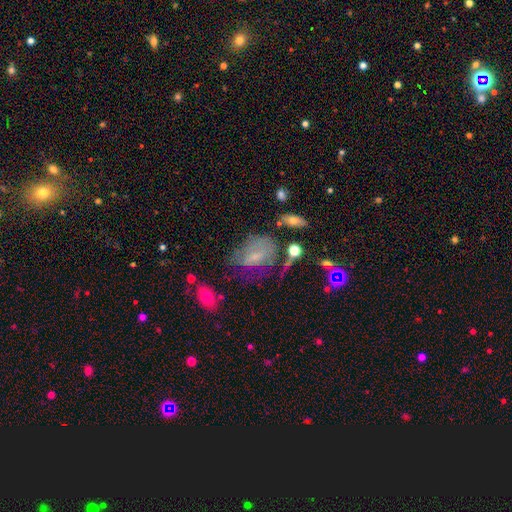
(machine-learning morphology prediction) type=featured or disk (46%); merging=none (41%).